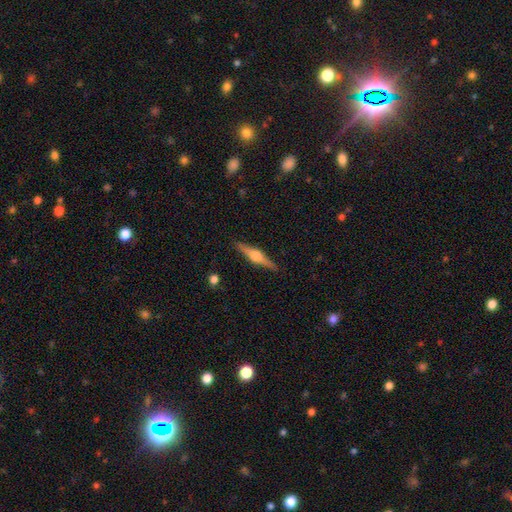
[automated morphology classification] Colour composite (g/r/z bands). It shows a featured or disk galaxy (76%) viewed edge-on (98%) with a rounded central bulge (93%). Merging: none (90%).